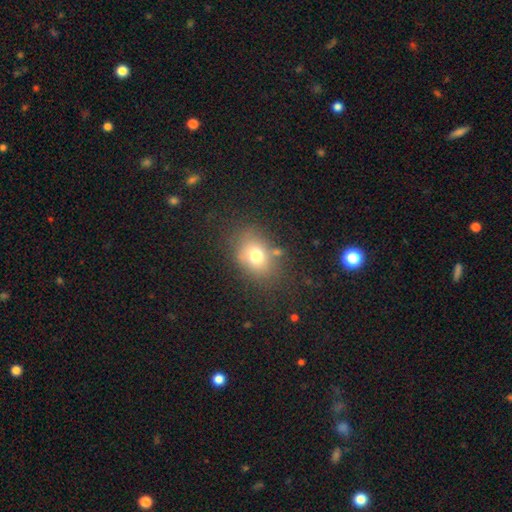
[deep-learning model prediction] smooth 73%, featured or disk 14%, star or artifact 13%. Down the decision tree: how rounded — in between (58%); merging — none (72%).